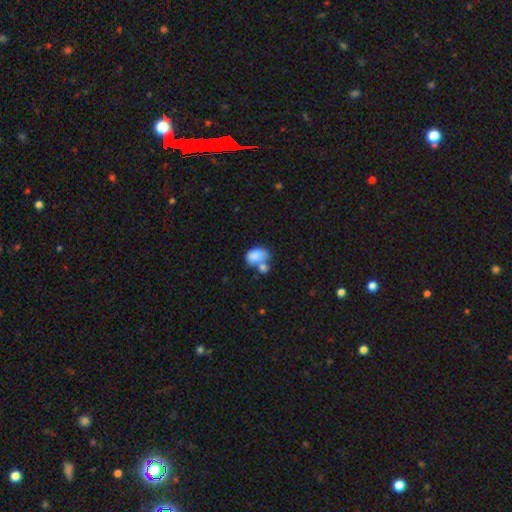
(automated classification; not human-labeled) This is likely a smooth galaxy (78%). How rounded: clearly in between (81%). Merging: possibly merger (52%).